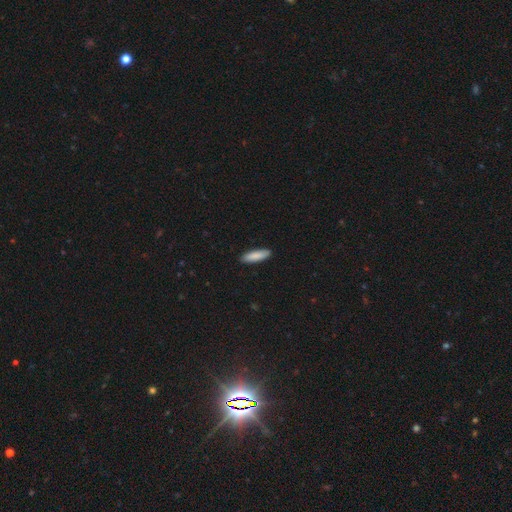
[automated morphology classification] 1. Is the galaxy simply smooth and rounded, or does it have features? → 87% smooth, 7% featured or disk, 5% star or artifact.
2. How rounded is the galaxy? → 60% cigar-shaped, 38% in between, 1% round.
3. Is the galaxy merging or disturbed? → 90% none, 8% minor disturbance, 1% major disturbance, 1% merger.